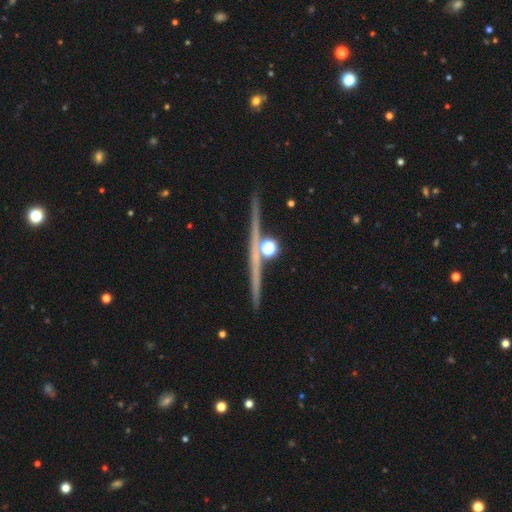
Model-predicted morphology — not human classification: smooth_or_featured: featured or disk (p=0.83) [alt: star or artifact p=0.09]
disk_edge_on: yes (p=0.97) [alt: no p=0.03]
edge_on_bulge: rounded (p=0.71) [alt: none p=0.20]
merging: none (p=0.86) [alt: minor disturbance p=0.07]